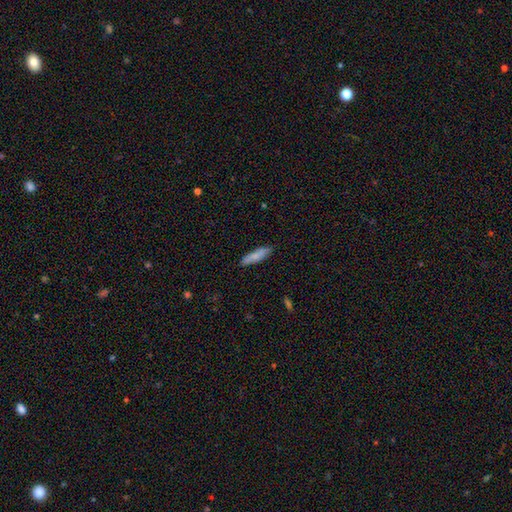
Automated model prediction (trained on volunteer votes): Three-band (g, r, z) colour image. It shows a smooth galaxy with no disk features (81%) that is cigar-shaped (70%). Merging: none (84%).